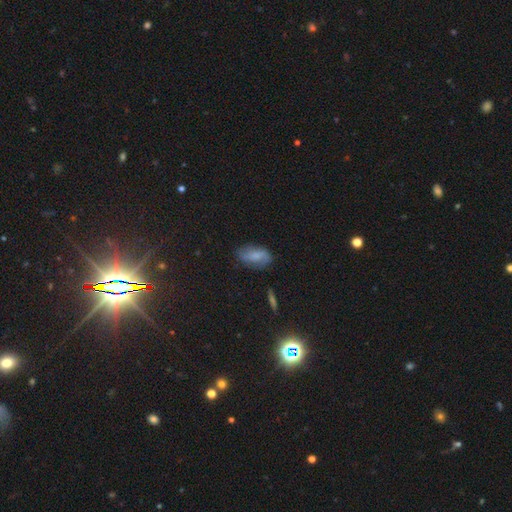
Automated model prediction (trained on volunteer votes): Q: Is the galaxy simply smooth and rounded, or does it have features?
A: smooth — 62%.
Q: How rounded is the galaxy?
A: in between — 90%.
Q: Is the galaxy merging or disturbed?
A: none — 68%.